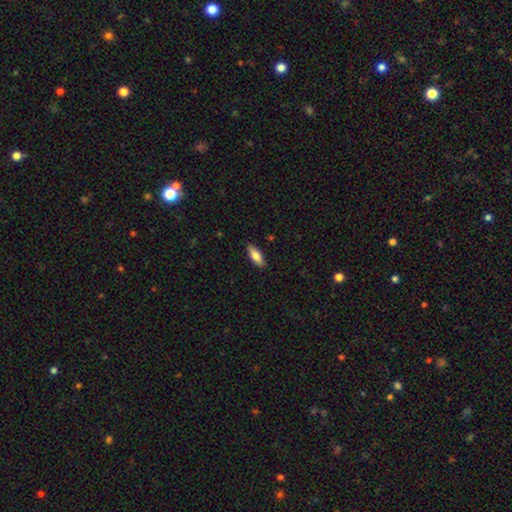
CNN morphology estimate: Smooth or featured? smooth (77%)
How rounded? in between (65%)
Merging? none (88%)